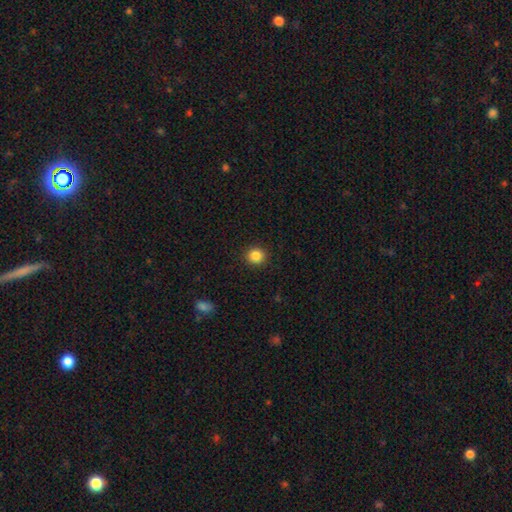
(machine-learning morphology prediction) A smooth galaxy with no disk features (86%) that is round (89%).

Vote fractions:
- Smooth or featured? smooth: 86% / star or artifact: 10% / featured or disk: 4%
- How rounded? round: 89% / in between: 10% / cigar-shaped: 1%
- Merging? none: 92% / minor disturbance: 5% / major disturbance: 2% / merger: 1%